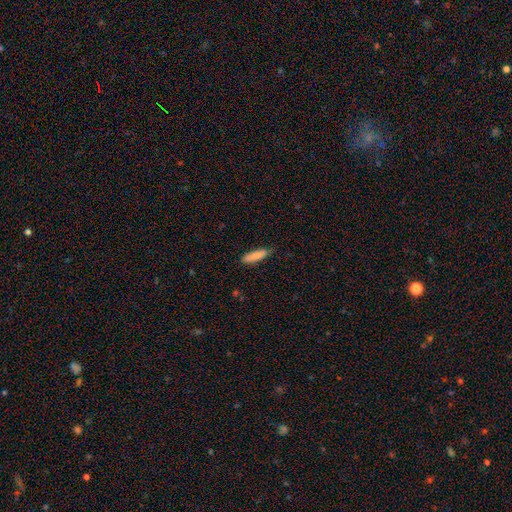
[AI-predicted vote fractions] Q: Smooth or featured?
A: smooth (85%); runner-up: featured or disk (9%)
Q: How rounded?
A: cigar-shaped (71%); runner-up: in between (27%)
Q: Merging?
A: none (84%); runner-up: minor disturbance (12%)